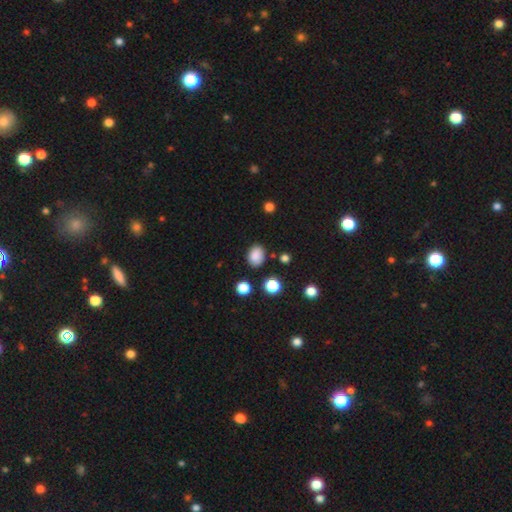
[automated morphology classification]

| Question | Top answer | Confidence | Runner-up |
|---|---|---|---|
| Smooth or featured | smooth | 86% | star or artifact (10%) |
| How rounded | in between | 68% | round (31%) |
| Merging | none | 81% | minor disturbance (12%) |